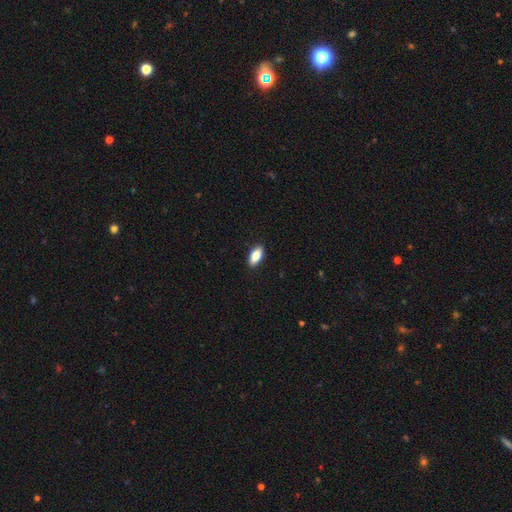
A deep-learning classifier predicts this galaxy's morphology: type=smooth (83%); roundness=in between (86%); merging=none (90%).